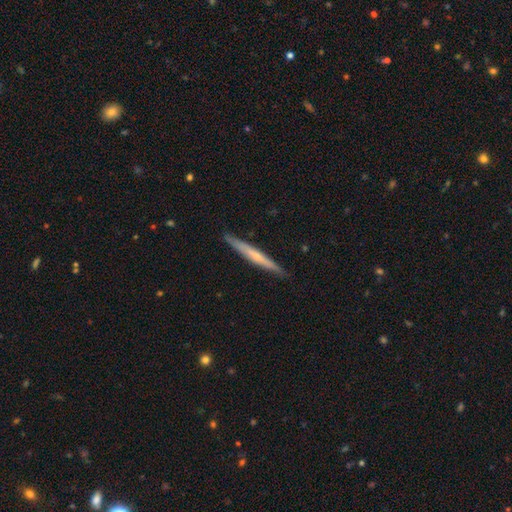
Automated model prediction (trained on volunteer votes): This appears to be a featured or disk galaxy (51%) viewed edge-on (96%). Merging: none (89%).